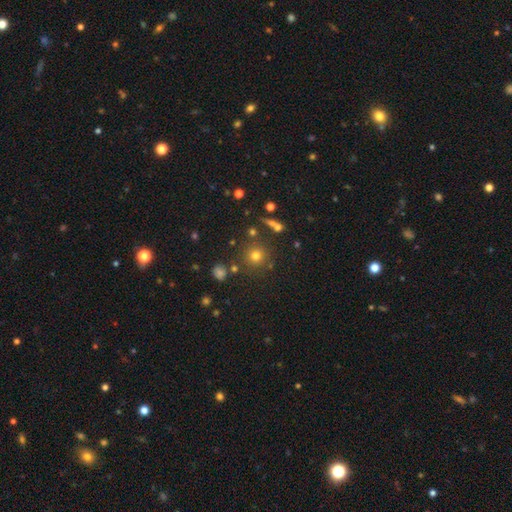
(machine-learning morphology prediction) The model was most divided on "smooth or featured": smooth: 71%, star or artifact: 19%, featured or disk: 10%. More confident: how rounded — round (94%); merging — none (82%).